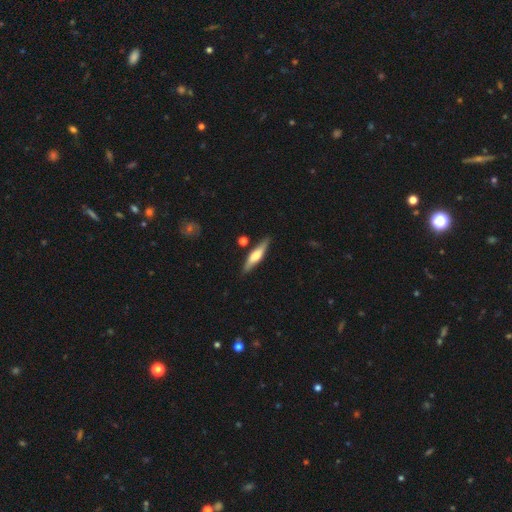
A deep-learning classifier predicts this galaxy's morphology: Smooth or featured? Predicted: featured or disk (p=0.48). Merging? Predicted: none (p=0.83).